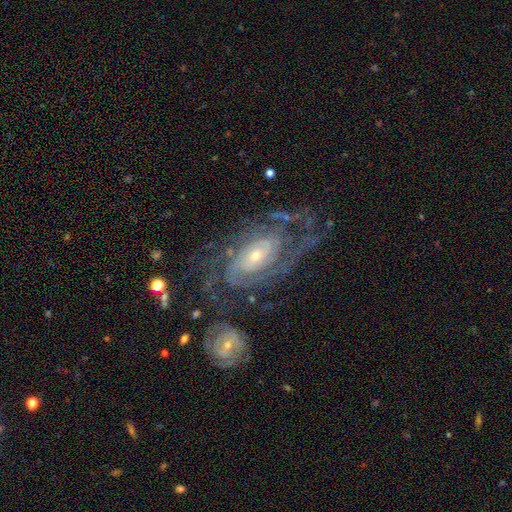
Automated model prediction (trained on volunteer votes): The model was most divided on "spiral arm count": can't tell: 33%, 2: 30%, 3: 16%, 4: 10%, more than 4: 6%, 1: 6%. More confident: edge-on disk — no (95%); spiral arms — yes (95%); smooth or featured — featured or disk (86%); bulge size — small (62%); bar — no (61%); merging — none (61%); spiral winding — tight (61%).